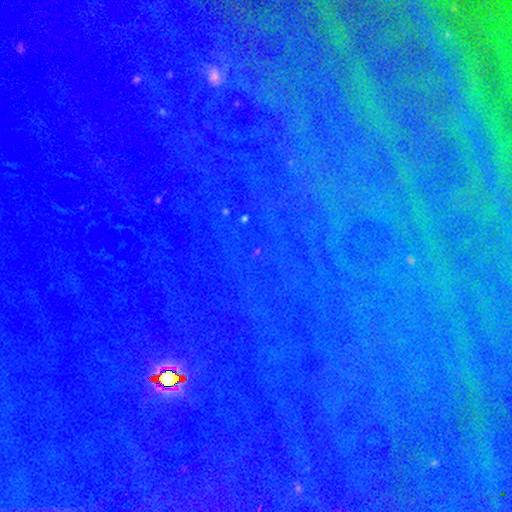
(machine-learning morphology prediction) smooth-or-featured: star or artifact: 86% | smooth: 8% | featured or disk: 7%